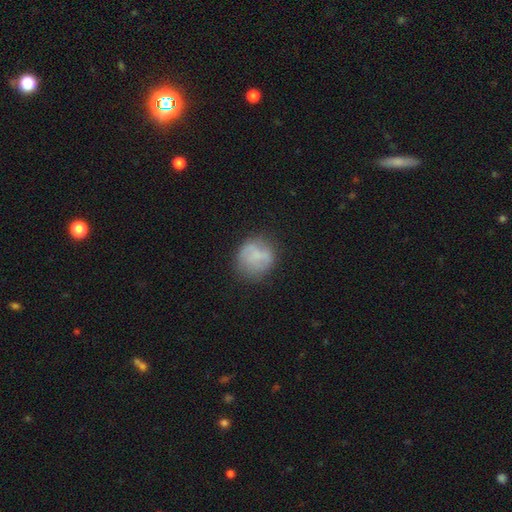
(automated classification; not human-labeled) smooth_or_featured: smooth (p=0.62) [alt: featured or disk p=0.28]
how_rounded: round (p=0.81) [alt: in between p=0.18]
merging: none (p=0.65) [alt: minor disturbance p=0.22]